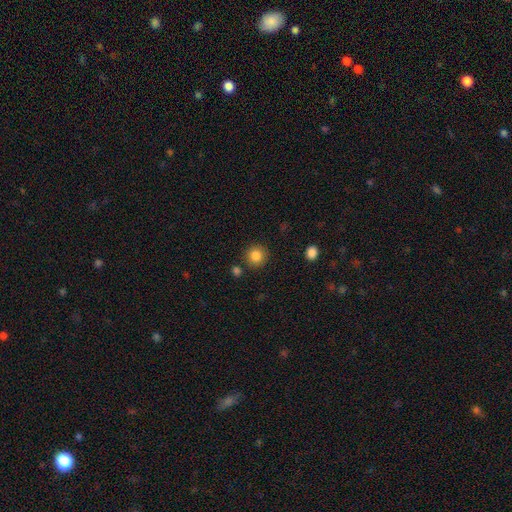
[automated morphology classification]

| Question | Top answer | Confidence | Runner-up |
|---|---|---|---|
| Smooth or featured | smooth | 85% | star or artifact (10%) |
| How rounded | round | 92% | in between (7%) |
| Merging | none | 86% | minor disturbance (7%) |